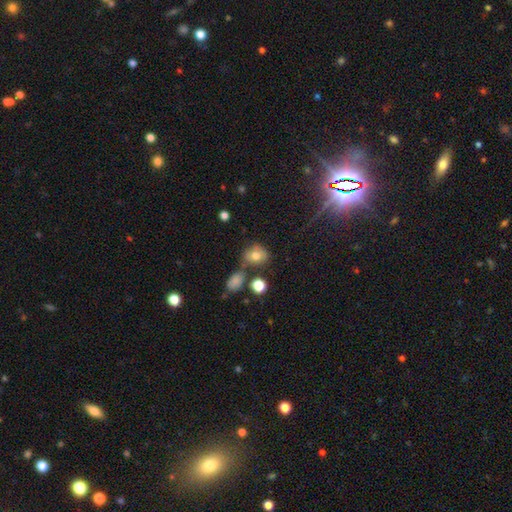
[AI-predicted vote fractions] Overall: smooth (73%). How rounded: round (58%; in between 41%). Merging: none (57%; minor disturbance 19%).